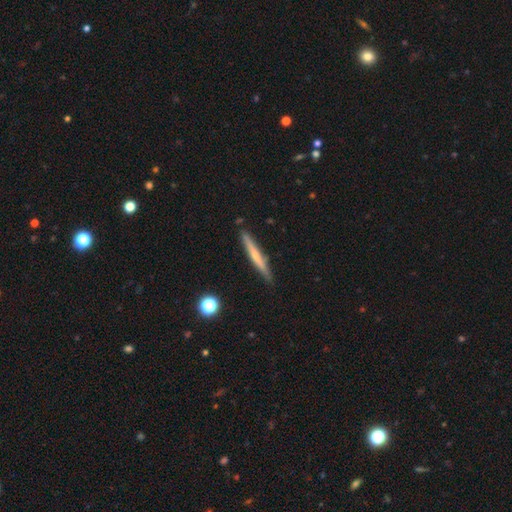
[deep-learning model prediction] smooth_or_featured: featured or disk (p=0.47) [alt: smooth p=0.46]
merging: none (p=0.86) [alt: minor disturbance p=0.10]